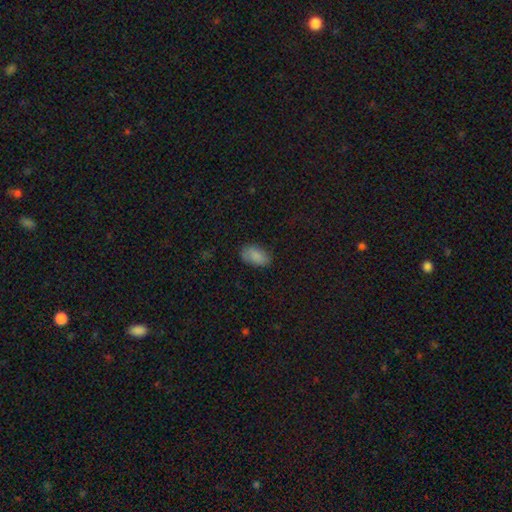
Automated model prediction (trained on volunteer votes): Smooth or featured: smooth — 83% (featured or disk — 9%)
How rounded: in between — 93% (round — 6%)
Merging: none — 75% (minor disturbance — 19%)